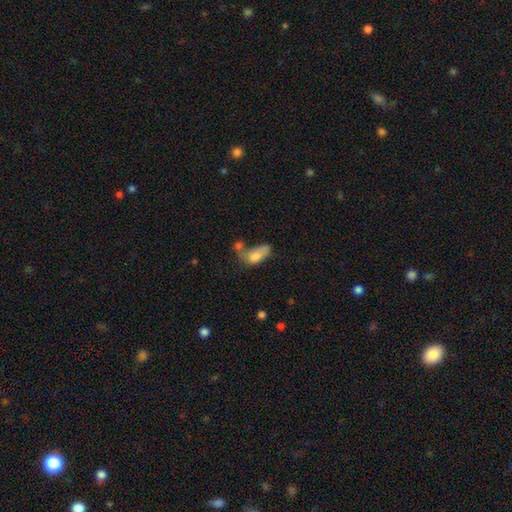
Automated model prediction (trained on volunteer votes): Q: Smooth or featured?
A: smooth (71%); runner-up: featured or disk (19%)
Q: How rounded?
A: in between (86%); runner-up: cigar-shaped (8%)
Q: Merging?
A: merger (40%); runner-up: none (22%)